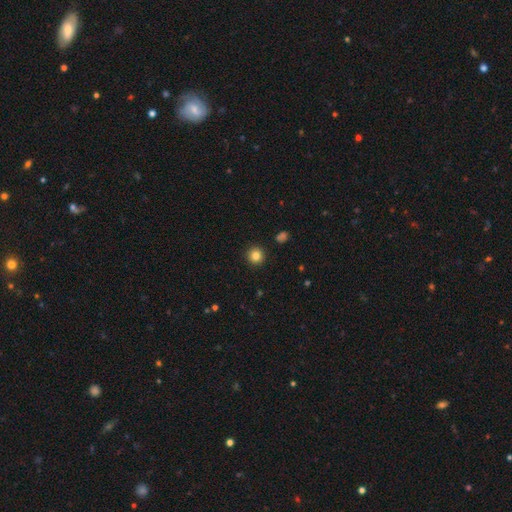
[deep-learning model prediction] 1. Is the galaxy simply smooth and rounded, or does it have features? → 83% smooth, 11% star or artifact, 5% featured or disk.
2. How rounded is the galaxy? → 95% round, 4% in between, 1% cigar-shaped.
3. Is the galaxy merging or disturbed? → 93% none, 5% minor disturbance, 2% major disturbance, 1% merger.